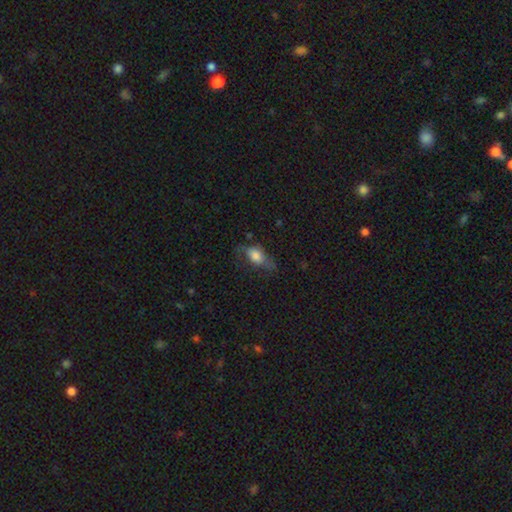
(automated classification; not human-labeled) Q: Smooth or featured?
A: smooth (69%); runner-up: featured or disk (22%)
Q: How rounded?
A: in between (79%); runner-up: round (12%)
Q: Merging?
A: none (44%); runner-up: minor disturbance (31%)